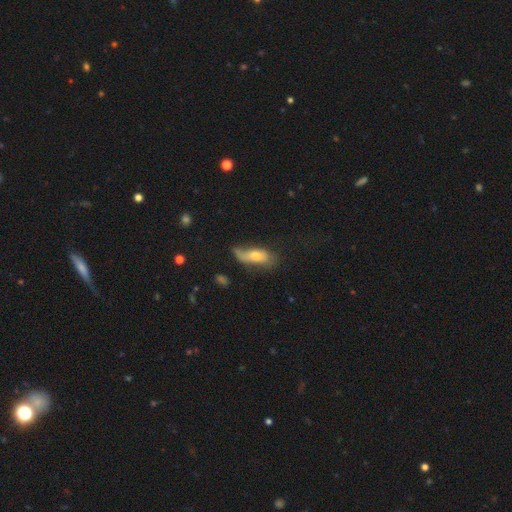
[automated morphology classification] Smooth or featured? Predicted: smooth (p=0.54). How rounded? Predicted: in between (p=0.69). Merging? Predicted: none (p=0.37).